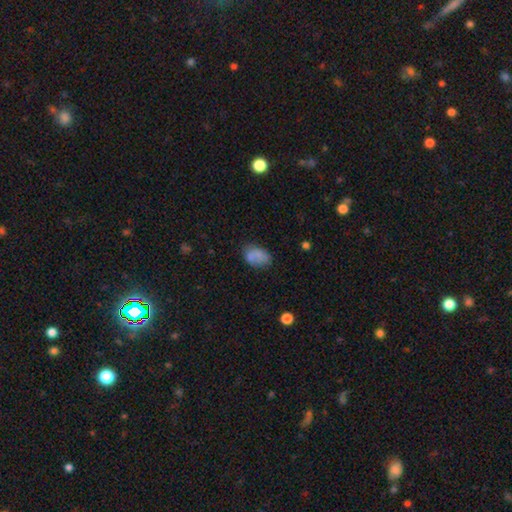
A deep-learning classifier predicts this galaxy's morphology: smooth-or-featured: smooth: 75% | featured or disk: 14% | star or artifact: 10%
  how-rounded: in between: 83% | round: 16% | cigar-shaped: 1%
  merging: none: 58% | minor disturbance: 24% | merger: 9% | major disturbance: 9%